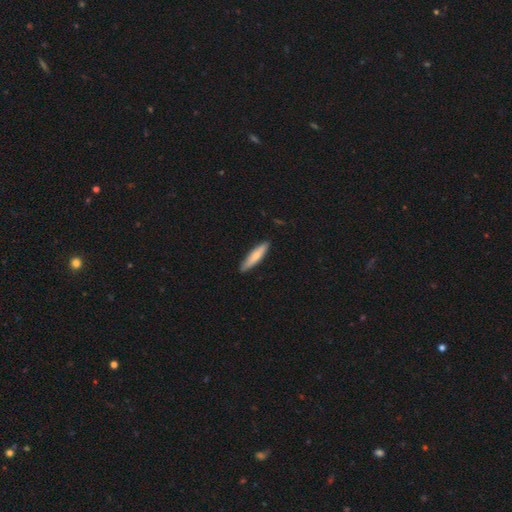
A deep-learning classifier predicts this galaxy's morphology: This appears to be a smooth galaxy with no disk features (70%) that is cigar-shaped (86%). Merging: none (89%).